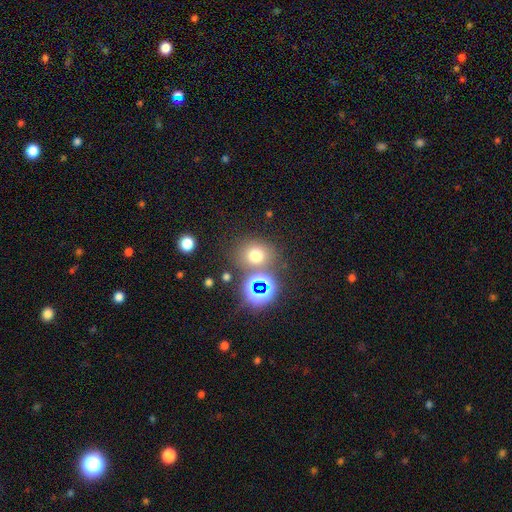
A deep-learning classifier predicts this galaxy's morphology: The model was most divided on "smooth or featured": smooth: 66%, star or artifact: 25%, featured or disk: 9%. More confident: how rounded — round (74%); merging — none (70%).